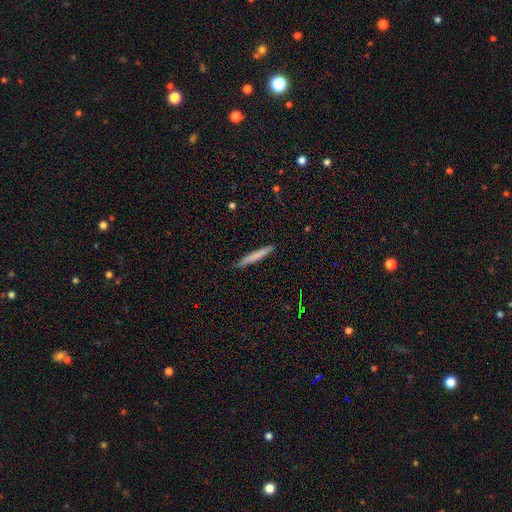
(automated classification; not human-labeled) smooth_or_featured: smooth (p=0.73) [alt: featured or disk p=0.21]
how_rounded: cigar-shaped (p=0.96) [alt: in between p=0.03]
merging: none (p=0.88) [alt: minor disturbance p=0.09]